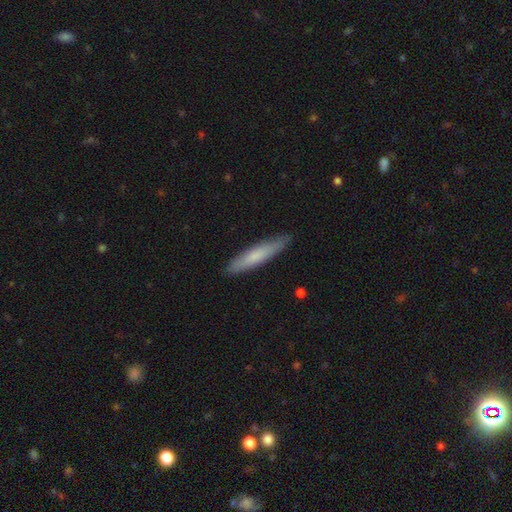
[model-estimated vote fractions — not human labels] Smooth or featured: smooth — 71% (featured or disk — 24%)
How rounded: cigar-shaped — 90% (in between — 9%)
Merging: none — 88% (minor disturbance — 10%)